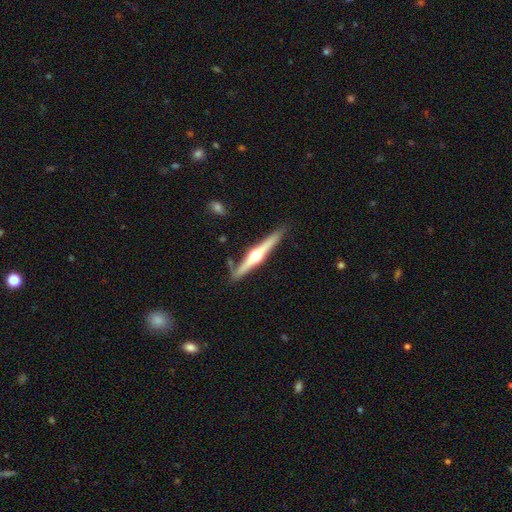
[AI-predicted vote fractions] The model was most divided on "smooth or featured": featured or disk: 77%, smooth: 18%, star or artifact: 5%. More confident: edge-on disk — yes (98%); edge-on bulge — rounded (95%); merging — none (84%).